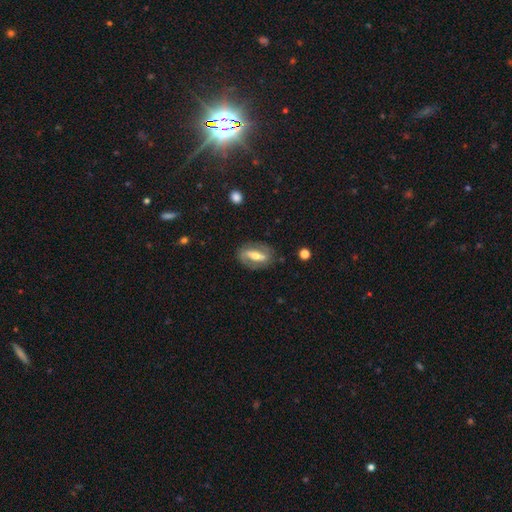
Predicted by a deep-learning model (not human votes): This is likely a featured or disk galaxy (66%). It is clearly not viewed edge-on (86%). Bar: likely strong (60%). Spiral arm pattern: likely yes (67%). Central bulge: likely moderate (61%). Merging: likely none (78%).